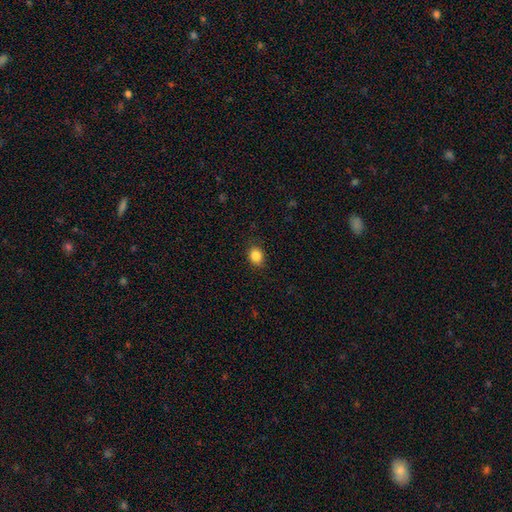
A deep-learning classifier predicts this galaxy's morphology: Overall: smooth (86%). How rounded: round (59%; in between 40%). Merging: none (87%).